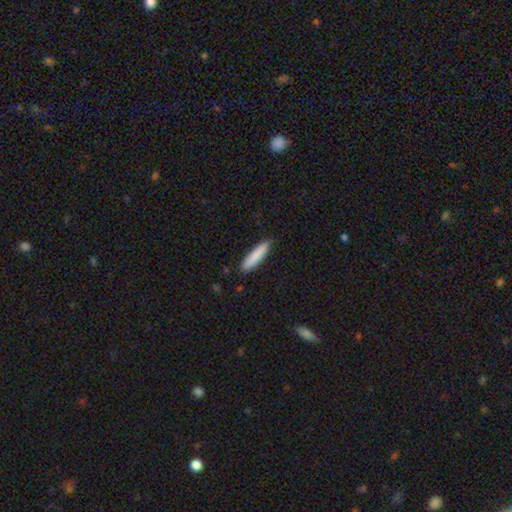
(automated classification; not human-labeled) This appears to be a smooth galaxy with no disk features (85%) that is cigar-shaped (84%). Merging: none (86%).